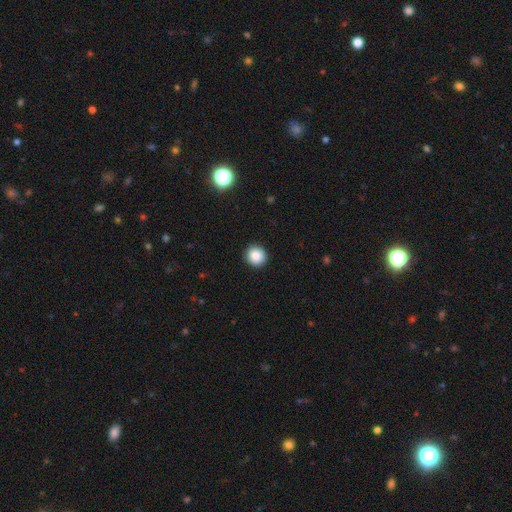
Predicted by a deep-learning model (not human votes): This is clearly a smooth galaxy (86%). How rounded: clearly round (93%). Merging: clearly none (92%).